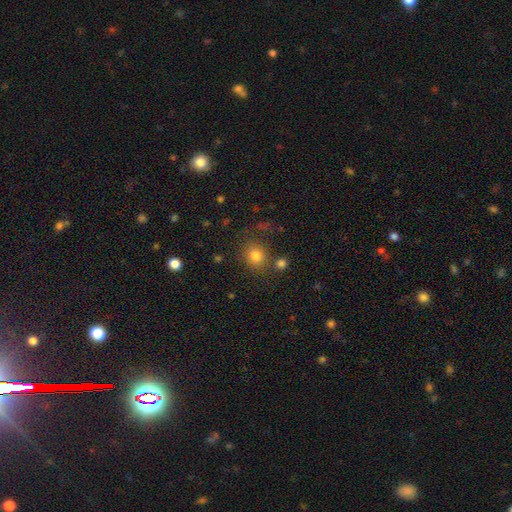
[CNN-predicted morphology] This appears to be a smooth galaxy with no disk features (80%) that is round (76%). Merging: none (75%).